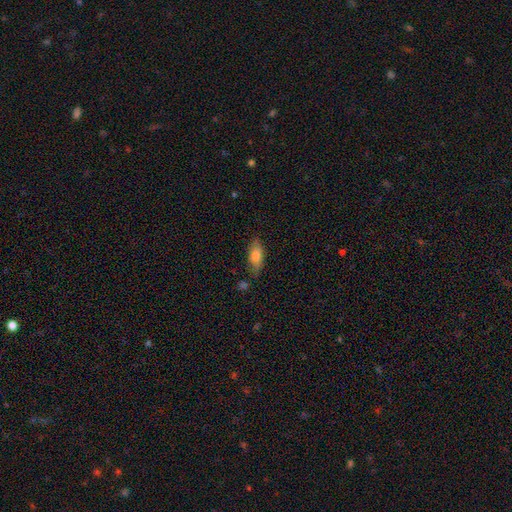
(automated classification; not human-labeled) This is likely a smooth galaxy (73%). How rounded: likely in between (75%). Merging: likely none (75%).